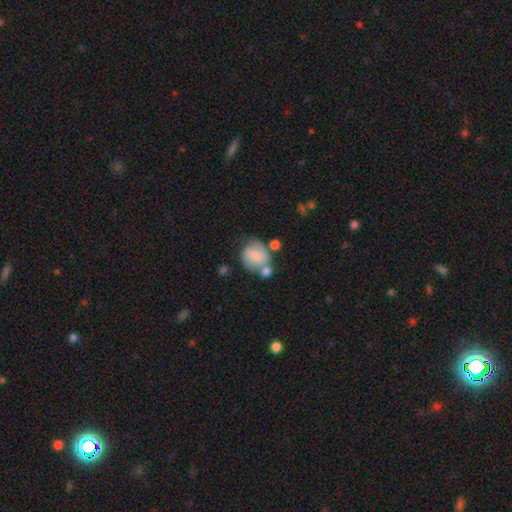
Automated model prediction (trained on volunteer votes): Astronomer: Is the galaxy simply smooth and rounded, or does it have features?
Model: smooth — 64%.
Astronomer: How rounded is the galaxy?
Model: round — 66%.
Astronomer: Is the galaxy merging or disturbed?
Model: none — 39% (runner-up: merger, 28%).